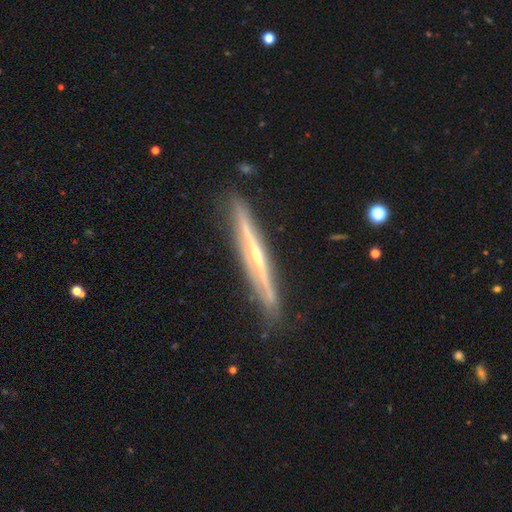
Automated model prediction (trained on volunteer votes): smooth-or-featured: featured or disk: 81% | smooth: 14% | star or artifact: 5%
  disk-edge-on: yes: 97% | no: 3%
    edge-on-bulge: rounded: 69% | none: 27% | boxy: 4%
  merging: none: 86% | minor disturbance: 11% | major disturbance: 2% | merger: 2%